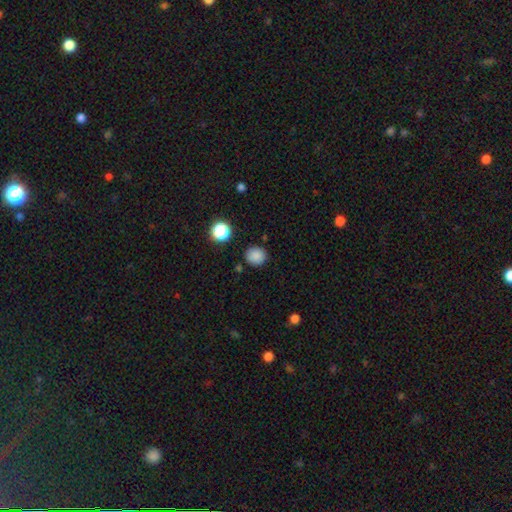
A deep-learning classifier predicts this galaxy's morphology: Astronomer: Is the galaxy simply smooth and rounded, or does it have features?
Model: smooth — 85%.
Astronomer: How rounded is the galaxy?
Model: round — 88%.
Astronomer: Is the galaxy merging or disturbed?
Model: none — 87%.